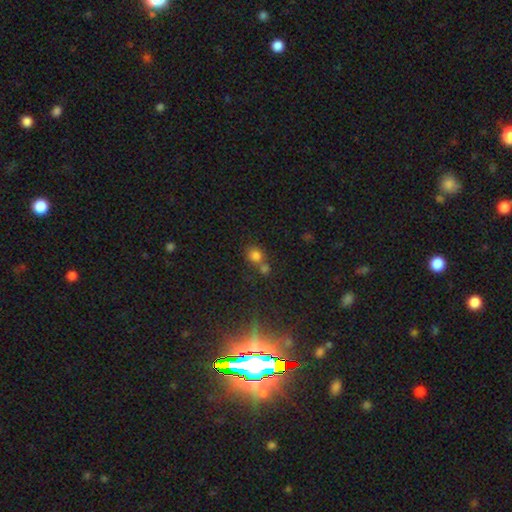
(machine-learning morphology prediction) smooth-or-featured: smooth: 77% | star or artifact: 16% | featured or disk: 7%
  how-rounded: round: 83% | in between: 16% | cigar-shaped: 1%
  merging: none: 52% | merger: 35% | minor disturbance: 9% | major disturbance: 4%